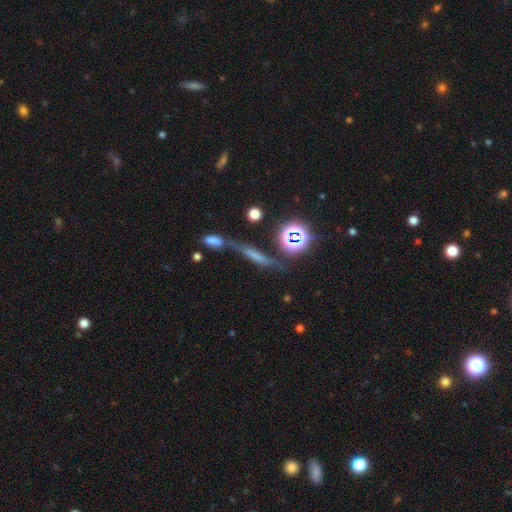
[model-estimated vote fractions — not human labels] smooth-or-featured: smooth: 50% | star or artifact: 25% | featured or disk: 25%
  merging: none: 47% | merger: 28% | minor disturbance: 15% | major disturbance: 10%